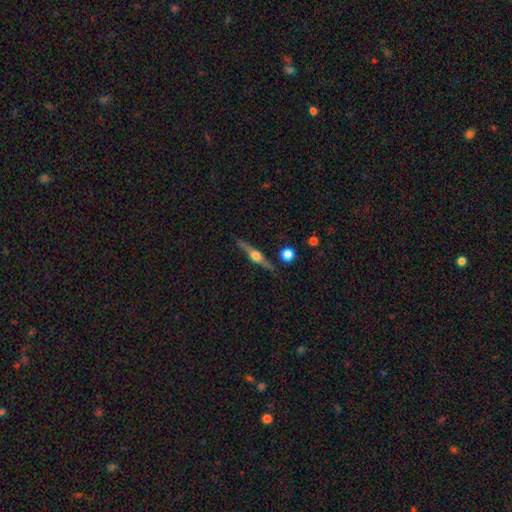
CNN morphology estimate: featured or disk 78%, smooth 16%, star or artifact 6%. Down the decision tree: edge-on disk — yes (98%); edge-on bulge — rounded (94%); merging — none (86%).